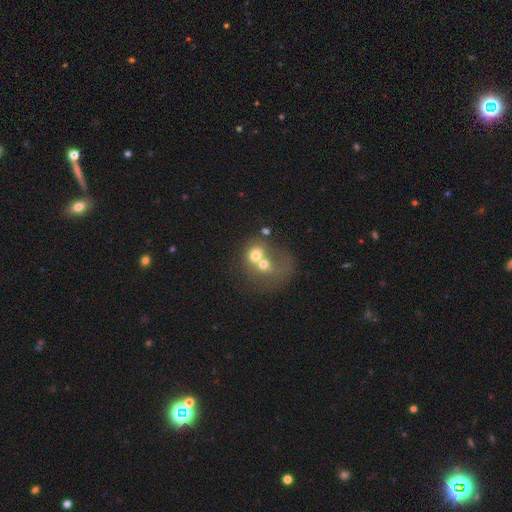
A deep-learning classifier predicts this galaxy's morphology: smooth_or_featured: smooth (p=0.58) [alt: featured or disk p=0.30]
how_rounded: round (p=0.63) [alt: in between p=0.36]
merging: merger (p=0.69) [alt: none p=0.18]